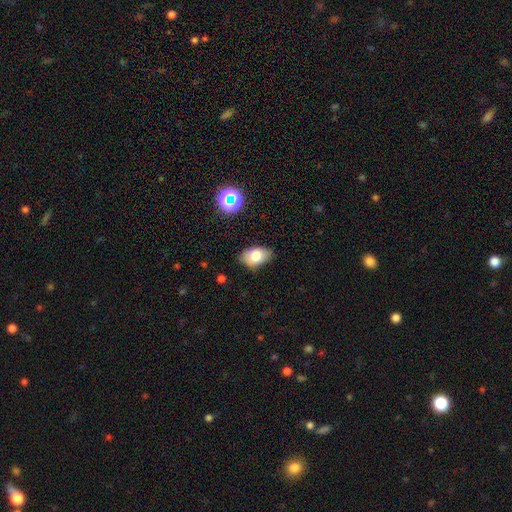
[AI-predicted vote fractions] Overall: smooth (78%). How rounded: in between (90%). Merging: none (80%).